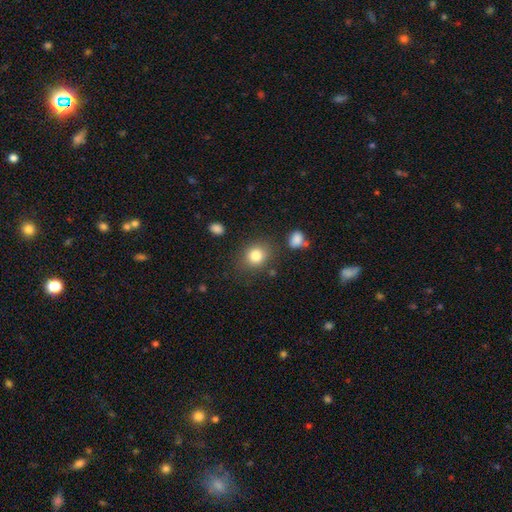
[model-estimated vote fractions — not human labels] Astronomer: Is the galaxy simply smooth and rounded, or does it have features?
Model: smooth — 82%.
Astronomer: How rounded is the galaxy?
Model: round — 71%.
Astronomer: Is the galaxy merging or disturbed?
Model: none — 81%.